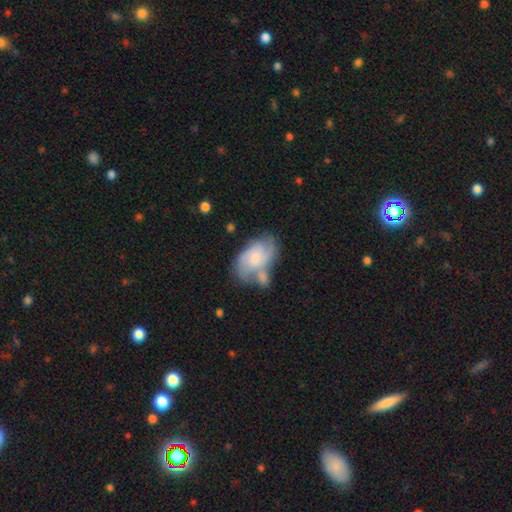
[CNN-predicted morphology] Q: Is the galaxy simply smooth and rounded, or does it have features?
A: featured or disk — 63%.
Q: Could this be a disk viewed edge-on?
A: no — 97%.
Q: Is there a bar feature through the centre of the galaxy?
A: no — 66%.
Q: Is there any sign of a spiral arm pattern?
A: yes — 89%.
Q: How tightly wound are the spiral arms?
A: medium — 46%.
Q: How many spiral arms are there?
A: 2 — 51%.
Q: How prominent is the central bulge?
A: small — 50%.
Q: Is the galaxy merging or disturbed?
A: none — 40%.